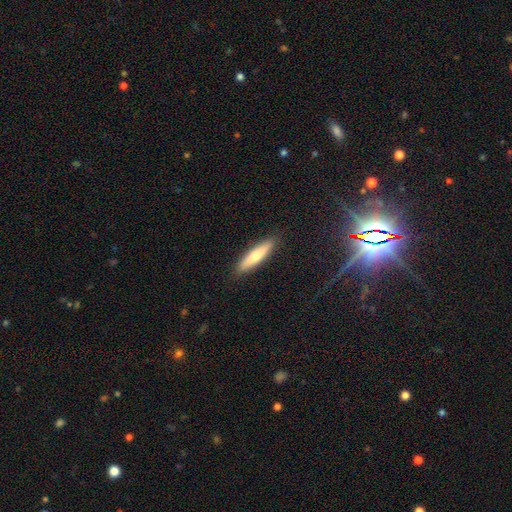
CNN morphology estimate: smooth 70%, featured or disk 25%, star or artifact 5%. Down the decision tree: how rounded — cigar-shaped (80%); merging — none (89%).